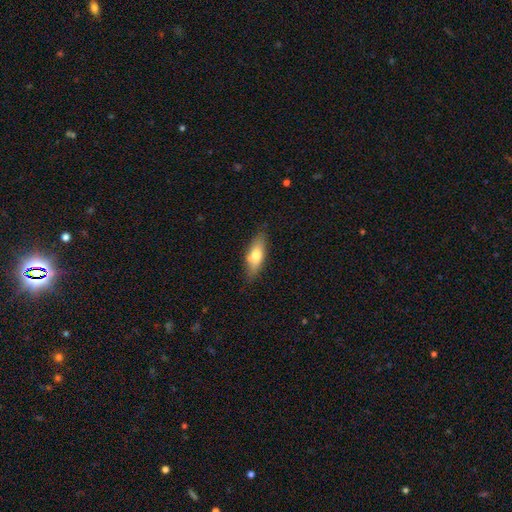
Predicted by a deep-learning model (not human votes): A smooth galaxy with no disk features (68%) that is in between round and cigar-shaped (64%). Merging: none (79%).